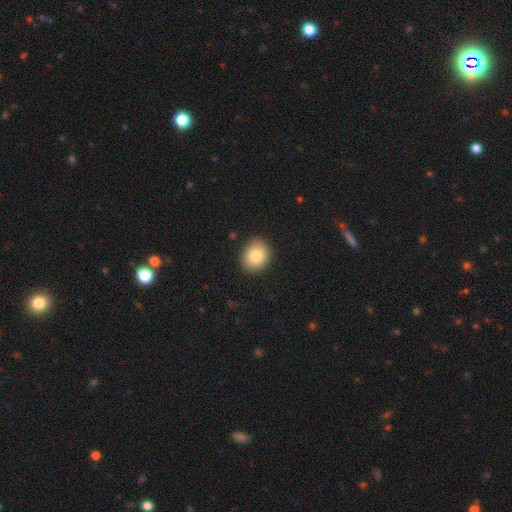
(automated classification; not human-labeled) smooth 84%, star or artifact 8%, featured or disk 8%. Down the decision tree: how rounded — round (55%); merging — none (89%).